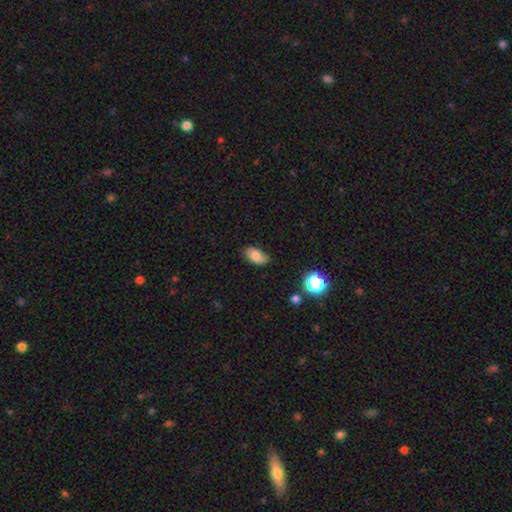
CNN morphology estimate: Smooth or featured: smooth — 77% (featured or disk — 13%)
How rounded: in between — 91% (round — 6%)
Merging: none — 76% (minor disturbance — 19%)